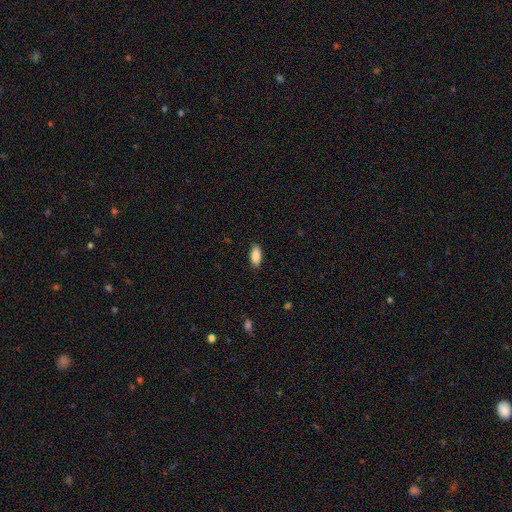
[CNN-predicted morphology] A smooth galaxy with no disk features (90%) that is in between round and cigar-shaped (86%). Merging: none (87%).